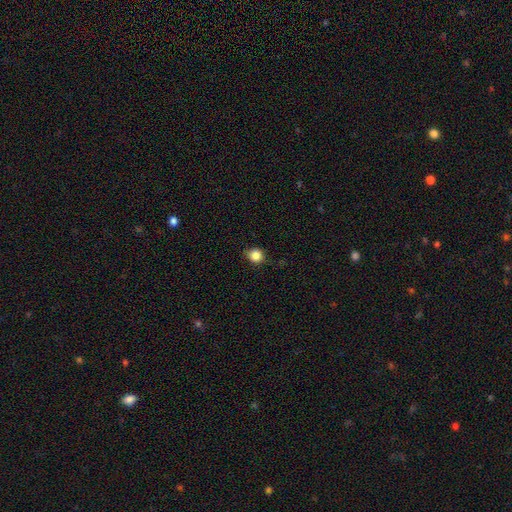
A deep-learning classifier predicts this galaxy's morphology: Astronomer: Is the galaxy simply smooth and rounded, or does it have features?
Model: smooth — 85%.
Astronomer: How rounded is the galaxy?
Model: round — 84%.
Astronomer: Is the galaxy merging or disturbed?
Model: none — 79%.